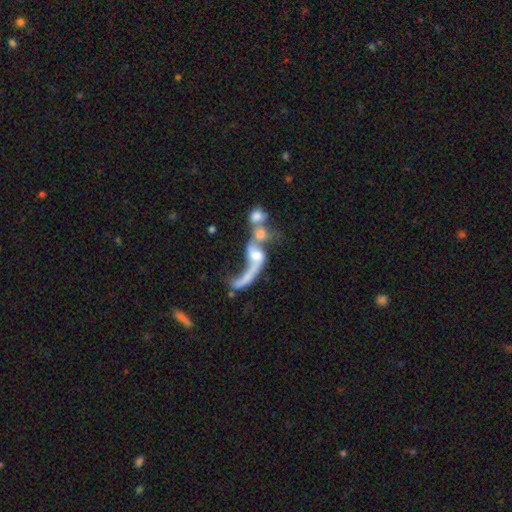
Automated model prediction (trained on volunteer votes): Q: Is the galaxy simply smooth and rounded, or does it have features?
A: featured or disk — 65%.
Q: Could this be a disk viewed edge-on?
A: no — 88%.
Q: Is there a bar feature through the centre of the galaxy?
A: no — 69%.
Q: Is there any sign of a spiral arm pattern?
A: yes — 54%.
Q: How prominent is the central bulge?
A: moderate — 30%.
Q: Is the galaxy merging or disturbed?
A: merger — 61%.